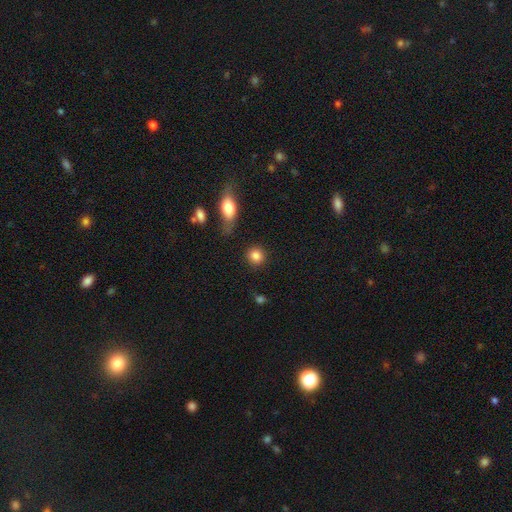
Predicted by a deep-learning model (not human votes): This is clearly a smooth galaxy (85%). How rounded: clearly round (88%). Merging: clearly none (86%).